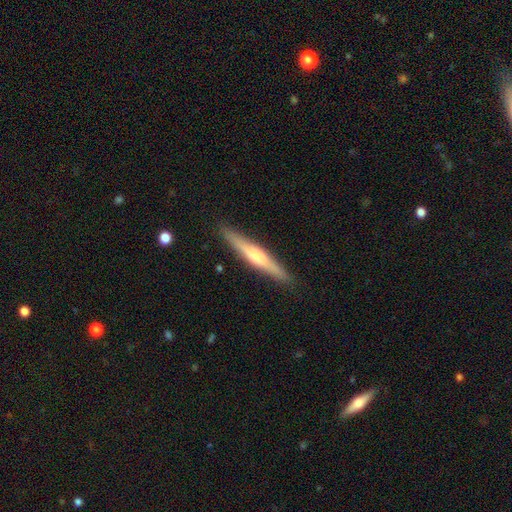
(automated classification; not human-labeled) Smooth or featured? featured or disk (59%)
Edge-on disk? yes (96%)
Edge-on bulge? rounded (74%)
Merging? none (90%)